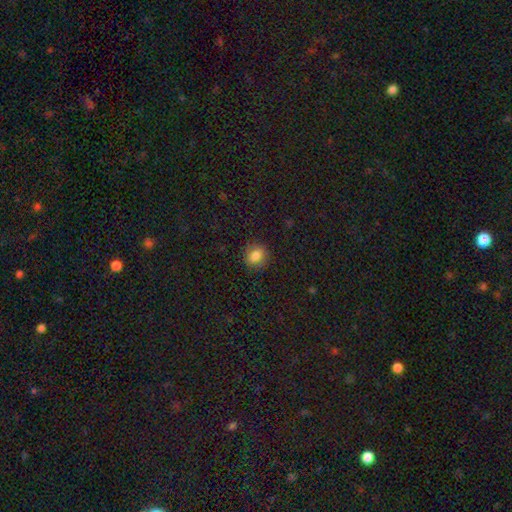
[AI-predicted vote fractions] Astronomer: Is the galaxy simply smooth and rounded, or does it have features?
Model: smooth — 82%.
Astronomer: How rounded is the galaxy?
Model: round — 61% (runner-up: in between, 37%).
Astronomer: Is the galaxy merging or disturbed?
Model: none — 85%.